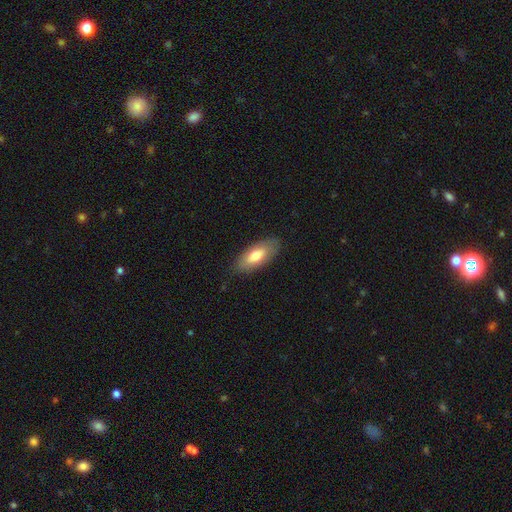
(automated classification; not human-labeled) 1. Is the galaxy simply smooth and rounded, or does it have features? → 72% smooth, 23% featured or disk, 6% star or artifact.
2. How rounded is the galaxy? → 84% in between, 14% cigar-shaped, 2% round.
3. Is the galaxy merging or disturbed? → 82% none, 14% minor disturbance, 3% major disturbance, 1% merger.